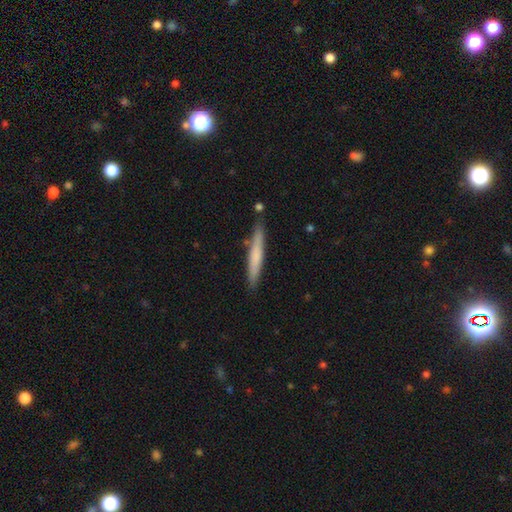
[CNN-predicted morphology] The model was most divided on "smooth or featured": smooth: 62%, featured or disk: 32%, star or artifact: 5%. More confident: how rounded — cigar-shaped (95%); merging — none (84%).